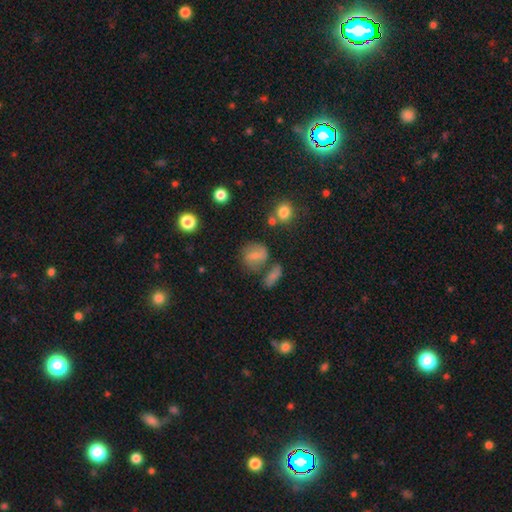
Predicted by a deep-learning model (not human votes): Smooth or featured? Predicted: smooth (p=0.64). How rounded? Predicted: round (p=0.63). Merging? Predicted: none (p=0.54).